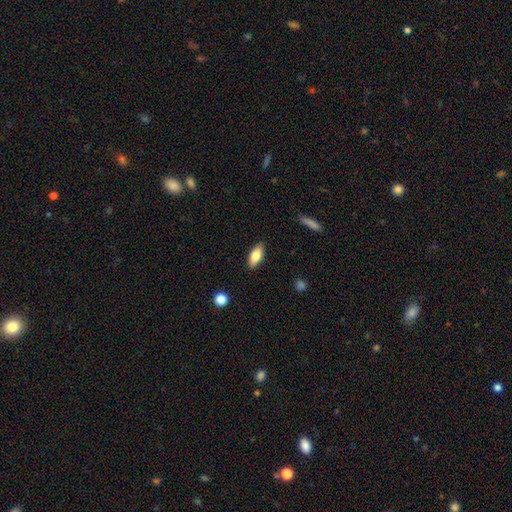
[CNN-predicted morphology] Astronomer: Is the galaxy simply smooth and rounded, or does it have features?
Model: smooth — 81%.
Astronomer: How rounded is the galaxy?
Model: in between — 85%.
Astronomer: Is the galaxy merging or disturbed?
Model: none — 88%.